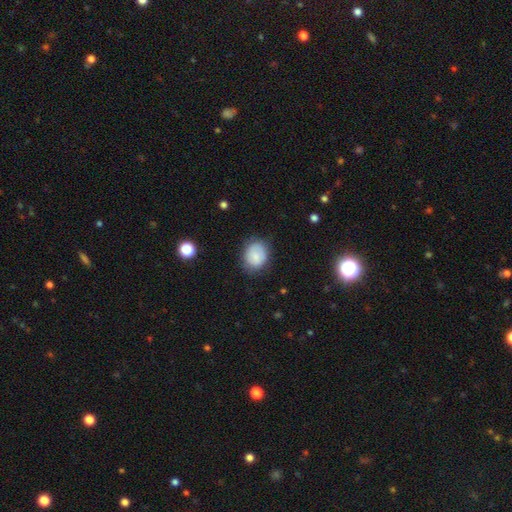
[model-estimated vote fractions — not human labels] Q: Smooth or featured?
A: smooth (75%); runner-up: featured or disk (17%)
Q: How rounded?
A: round (52%); runner-up: in between (47%)
Q: Merging?
A: none (75%); runner-up: minor disturbance (19%)